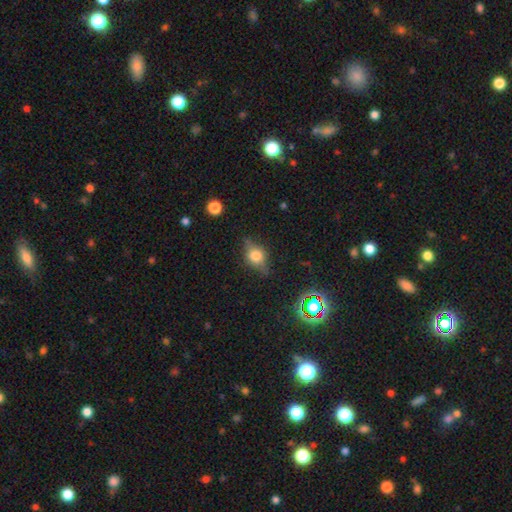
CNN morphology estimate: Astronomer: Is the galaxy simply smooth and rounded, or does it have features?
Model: smooth — 48% (runner-up: featured or disk, 39%).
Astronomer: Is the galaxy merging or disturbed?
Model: none — 73%.